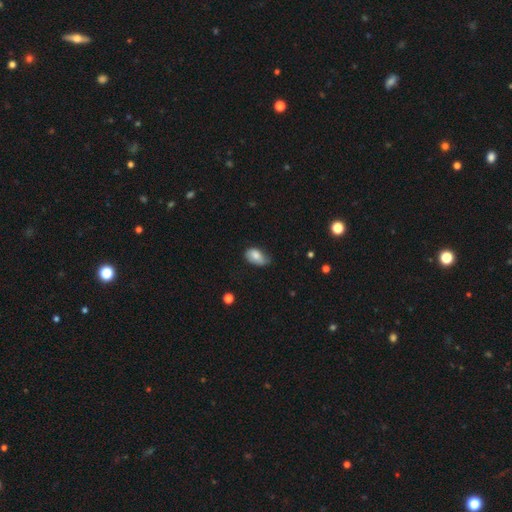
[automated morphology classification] smooth 78%, featured or disk 15%, star or artifact 8%. Down the decision tree: how rounded — in between (91%); merging — minor disturbance (44%, tied with none).